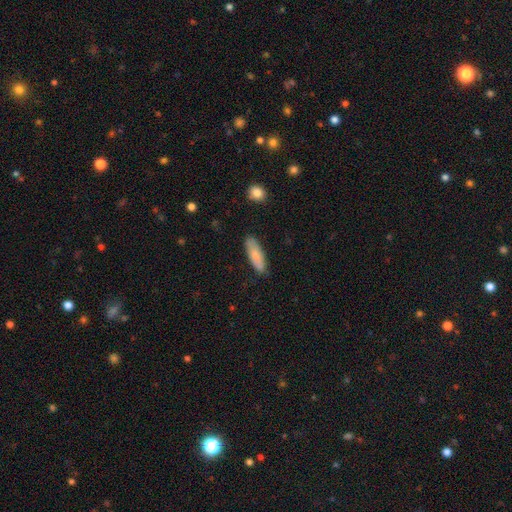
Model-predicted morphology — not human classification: This is likely a smooth galaxy (80%). How rounded: possibly in between (54%). Merging: clearly none (82%).